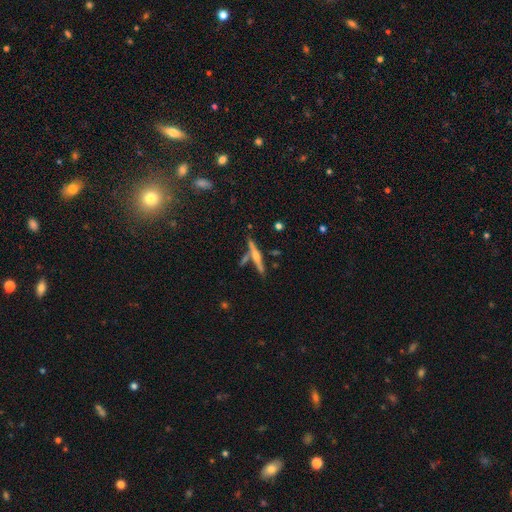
A featured or disk galaxy (86%) viewed edge-on (100%) with a rounded central bulge (66%). Merging: none (71%).